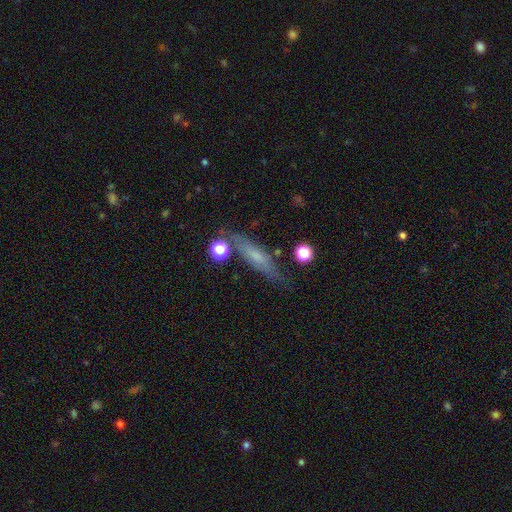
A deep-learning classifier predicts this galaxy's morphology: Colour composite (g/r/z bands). It shows a smooth galaxy with no disk features (48%). Merging: none (75%).